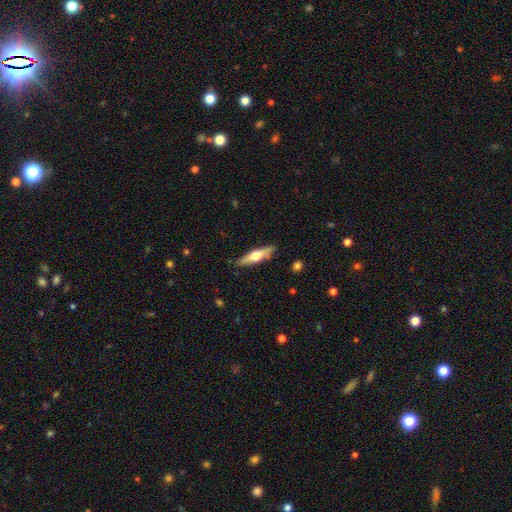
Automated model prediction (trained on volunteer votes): Smooth or featured? Predicted: featured or disk (p=0.53). Edge-on disk? Predicted: yes (p=0.93). Merging? Predicted: none (p=0.85).